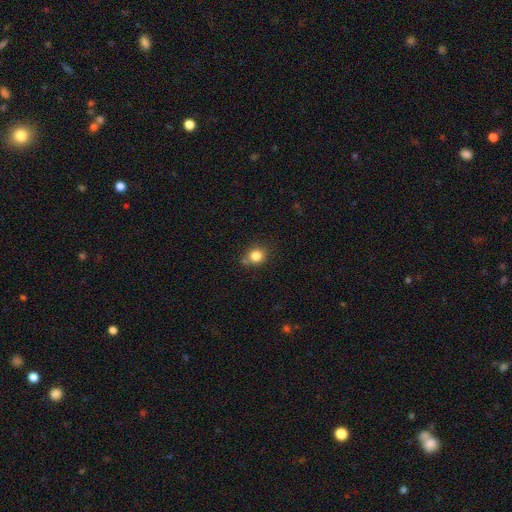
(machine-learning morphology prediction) smooth-or-featured: smooth: 82% | star or artifact: 11% | featured or disk: 7%
  how-rounded: round: 72% | in between: 27% | cigar-shaped: 1%
  merging: none: 69% | minor disturbance: 19% | merger: 7% | major disturbance: 4%